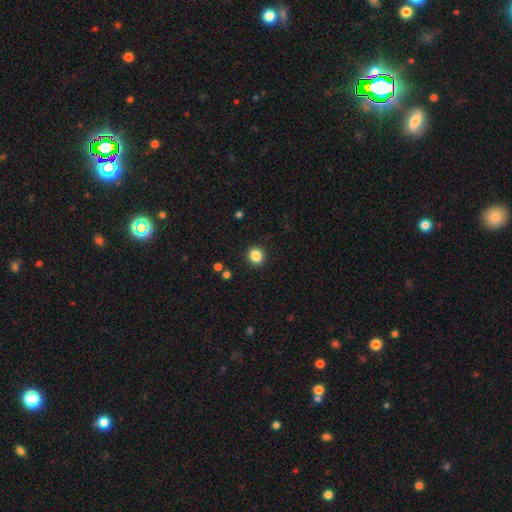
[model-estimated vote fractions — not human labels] Smooth or featured? smooth (86%)
How rounded? round (70%)
Merging? none (91%)